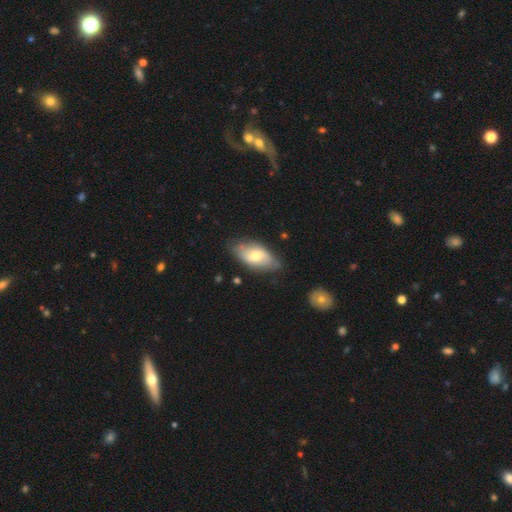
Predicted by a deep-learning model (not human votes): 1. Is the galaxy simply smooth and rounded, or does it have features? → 57% smooth, 36% featured or disk, 6% star or artifact.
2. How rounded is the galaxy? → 93% in between, 4% round, 4% cigar-shaped.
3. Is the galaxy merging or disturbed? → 67% none, 25% minor disturbance, 5% major disturbance, 2% merger.